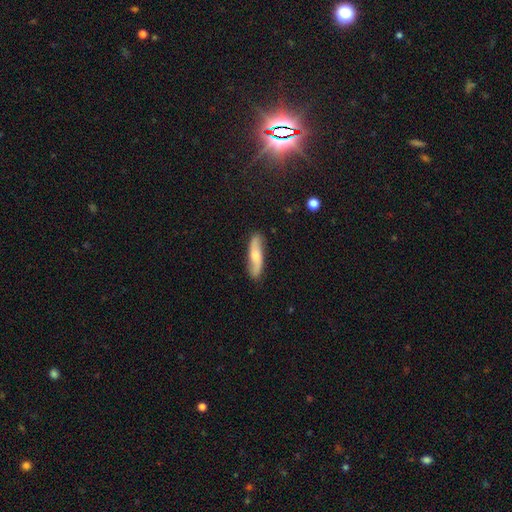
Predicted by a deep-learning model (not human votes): A smooth galaxy with no disk features (49%).

Vote fractions:
- Smooth or featured? smooth: 49% / featured or disk: 45% / star or artifact: 6%
- Merging? none: 84% / minor disturbance: 12% / major disturbance: 2% / merger: 2%